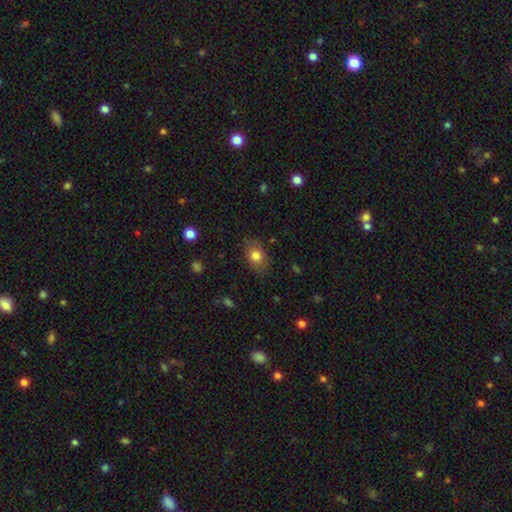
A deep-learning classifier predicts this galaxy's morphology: Smooth or featured? smooth (80%)
How rounded? in between (69%)
Merging? none (79%)